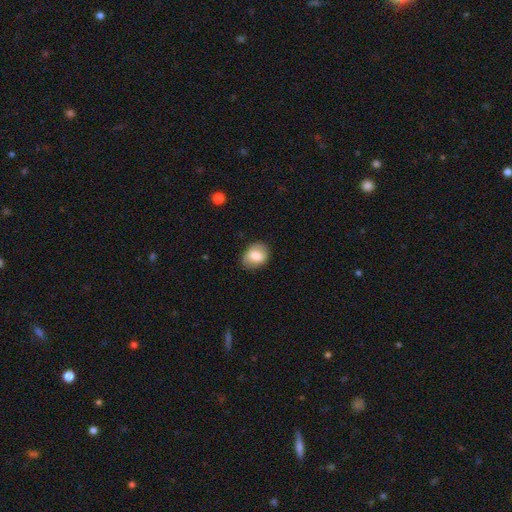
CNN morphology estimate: smooth 76%, featured or disk 16%, star or artifact 8%. Down the decision tree: how rounded — in between (59%); merging — none (77%).